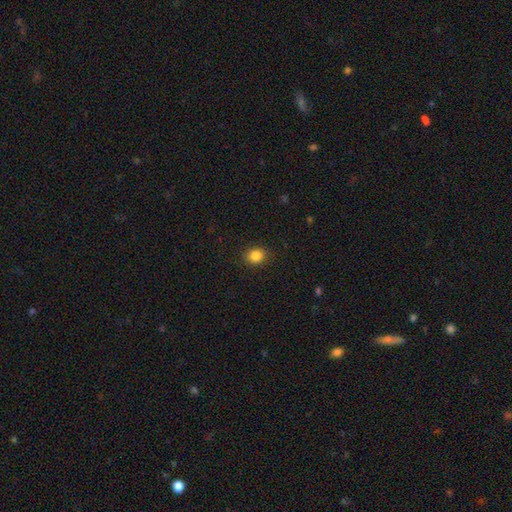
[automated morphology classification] type=smooth (85%); roundness=round (69%); merging=none (89%).